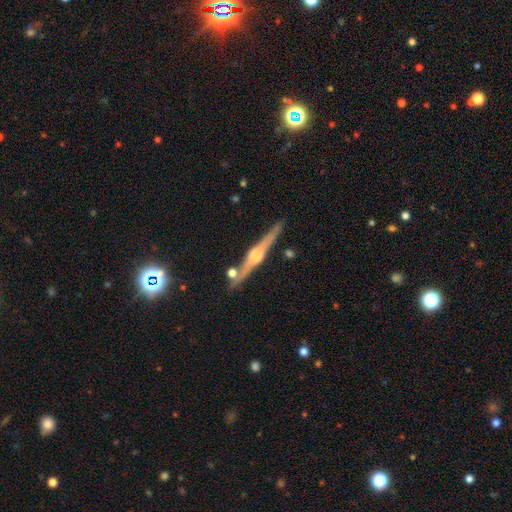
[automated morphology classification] This appears to be a featured or disk galaxy (83%) viewed edge-on (98%) with a rounded central bulge (87%). Merging: none (82%).